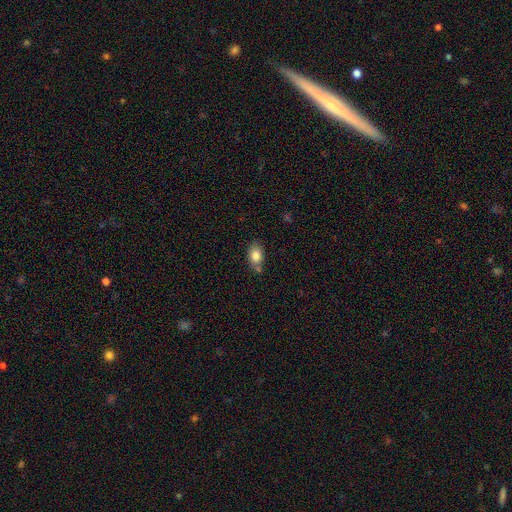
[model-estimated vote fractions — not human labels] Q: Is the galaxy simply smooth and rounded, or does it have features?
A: smooth — 82%.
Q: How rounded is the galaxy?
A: in between — 81%.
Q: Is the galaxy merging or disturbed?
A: none — 65%.